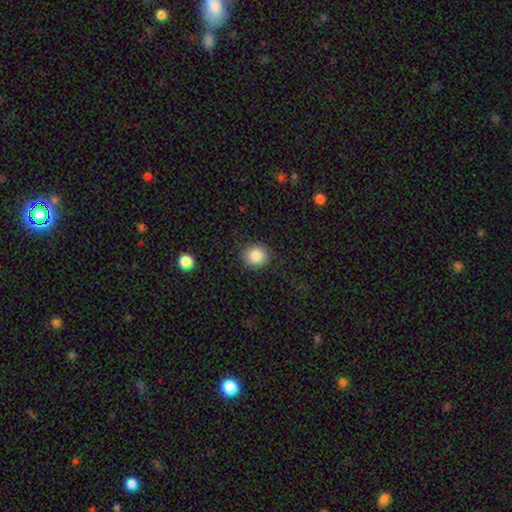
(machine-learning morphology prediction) A smooth galaxy with no disk features (87%) that is round (81%). Merging: none (89%).